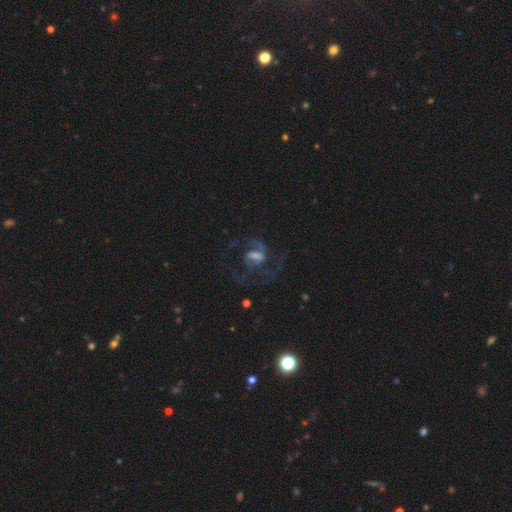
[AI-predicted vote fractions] Smooth or featured?
  - featured or disk: 77% *
  - smooth: 13%
  - star or artifact: 10%
Edge-on disk?
  - no: 97% *
  - yes: 3%
Bar?
  - weak: 50% *
  - strong: 25%
  - no: 24%
Spiral arms?
  - yes: 90% *
  - no: 10%
Spiral winding?
  - medium: 51% *
  - loose: 34%
  - tight: 16%
Spiral arm count?
  - 2: 57% *
  - can't tell: 15%
  - 3: 12%
  - 1: 9%
  - 4: 4%
  - more than 4: 3%
Bulge size?
  - moderate: 36% *
  - small: 26%
  - large: 18%
  - none: 18%
  - dominant: 2%
Merging?
  - none: 47% *
  - major disturbance: 35%
  - minor disturbance: 16%
  - merger: 3%